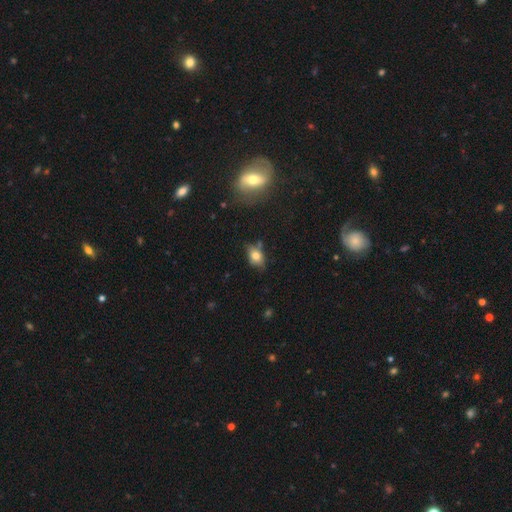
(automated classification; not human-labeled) smooth 74%, featured or disk 16%, star or artifact 10%. Down the decision tree: how rounded — in between (81%); merging — none (59%).